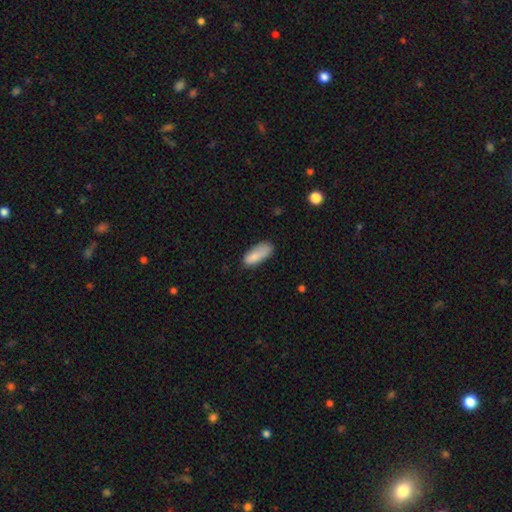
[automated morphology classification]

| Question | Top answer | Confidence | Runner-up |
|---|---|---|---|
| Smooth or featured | smooth | 84% | featured or disk (9%) |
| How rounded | in between | 77% | cigar-shaped (21%) |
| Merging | none | 58% | minor disturbance (31%) |